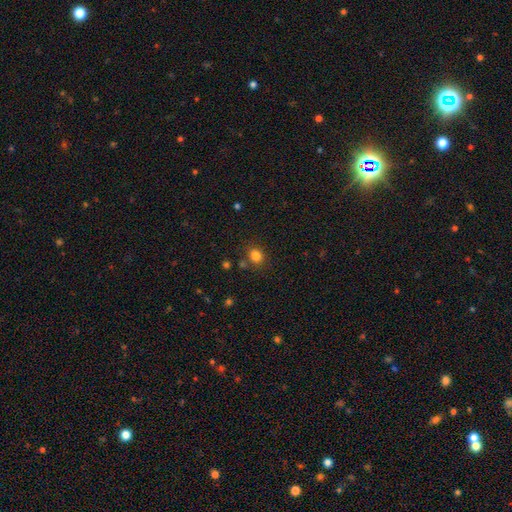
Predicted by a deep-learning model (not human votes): This appears to be a smooth galaxy with no disk features (81%) that is round (68%). Merging: none (78%).